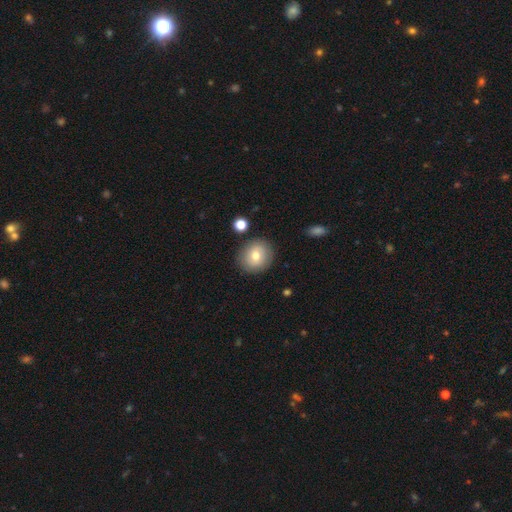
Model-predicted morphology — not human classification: smooth_or_featured: smooth (p=0.76) [alt: featured or disk p=0.16]
how_rounded: round (p=0.79) [alt: in between p=0.20]
merging: none (p=0.86) [alt: minor disturbance p=0.09]